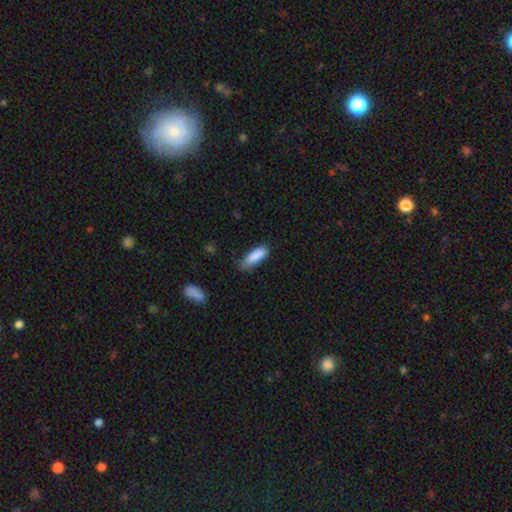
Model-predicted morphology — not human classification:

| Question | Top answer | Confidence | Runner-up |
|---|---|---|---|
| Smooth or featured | smooth | 87% | star or artifact (7%) |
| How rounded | in between | 57% | cigar-shaped (41%) |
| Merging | none | 57% | minor disturbance (33%) |